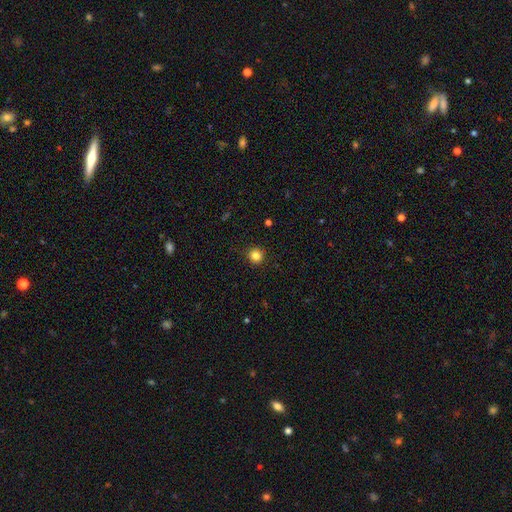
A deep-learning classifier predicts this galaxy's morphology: A smooth galaxy with no disk features (83%) that is round (94%).

Vote fractions:
- Smooth or featured? smooth: 83% / star or artifact: 12% / featured or disk: 5%
- How rounded? round: 94% / in between: 5% / cigar-shaped: 1%
- Merging? none: 92% / minor disturbance: 6% / major disturbance: 2% / merger: 1%